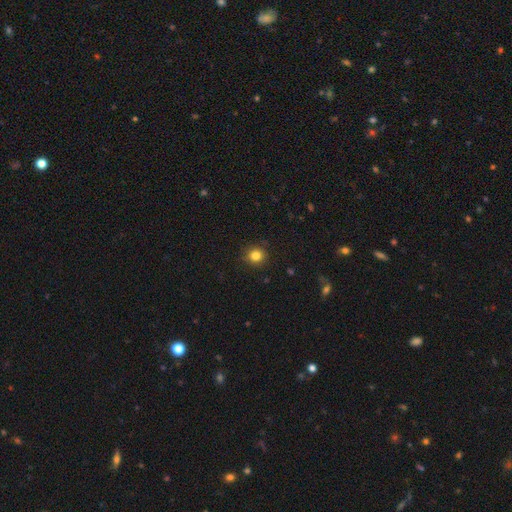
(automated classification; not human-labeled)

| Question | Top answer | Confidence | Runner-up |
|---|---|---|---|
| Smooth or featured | smooth | 83% | star or artifact (12%) |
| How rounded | round | 89% | in between (10%) |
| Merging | none | 90% | minor disturbance (7%) |